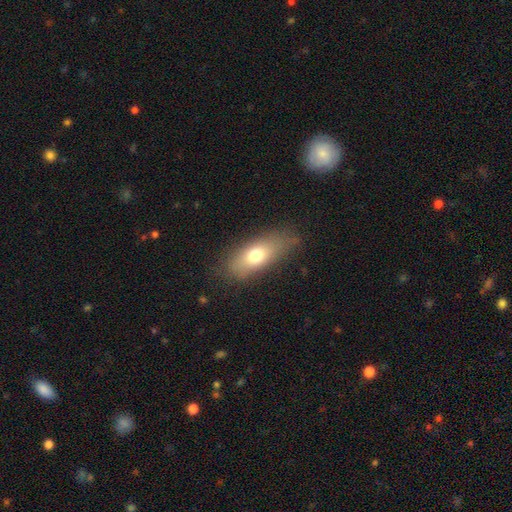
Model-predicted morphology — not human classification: The model was most divided on "smooth or featured": smooth: 71%, featured or disk: 20%, star or artifact: 9%. More confident: how rounded — in between (78%); merging — none (74%).